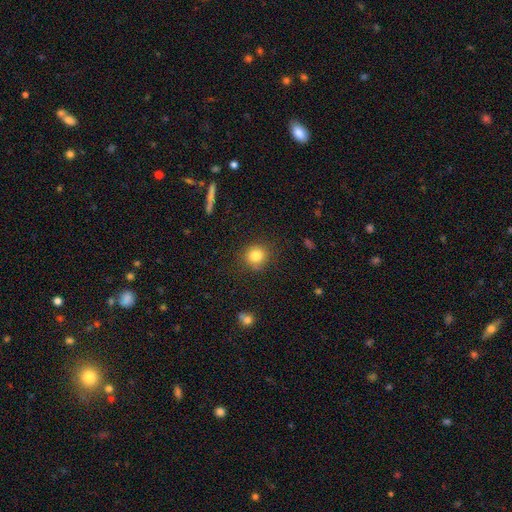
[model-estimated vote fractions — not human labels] smooth-or-featured: smooth: 83% | star or artifact: 11% | featured or disk: 7%
  how-rounded: round: 89% | in between: 10% | cigar-shaped: 1%
  merging: none: 83% | minor disturbance: 12% | major disturbance: 3% | merger: 2%